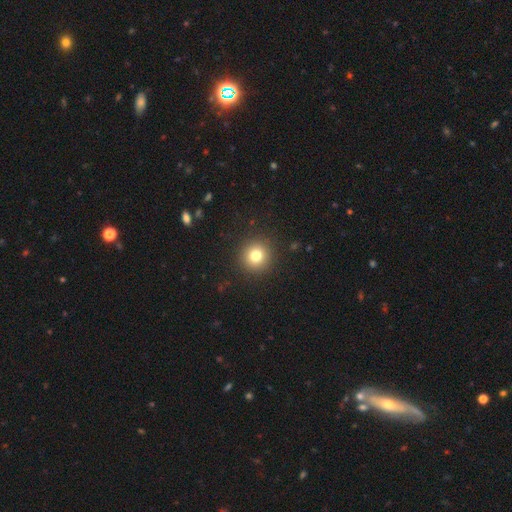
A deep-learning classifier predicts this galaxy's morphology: type=smooth (79%); roundness=round (93%); merging=none (91%).